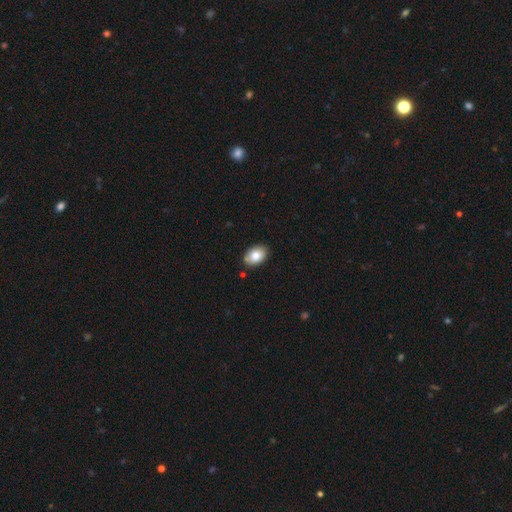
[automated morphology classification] type=smooth (80%); roundness=in between (84%); merging=none (87%).